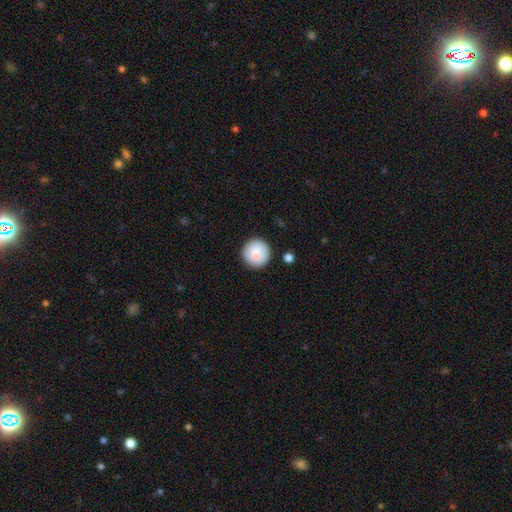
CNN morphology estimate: Q: Smooth or featured?
A: smooth (85%); runner-up: featured or disk (8%)
Q: How rounded?
A: round (96%); runner-up: in between (3%)
Q: Merging?
A: none (90%); runner-up: minor disturbance (7%)